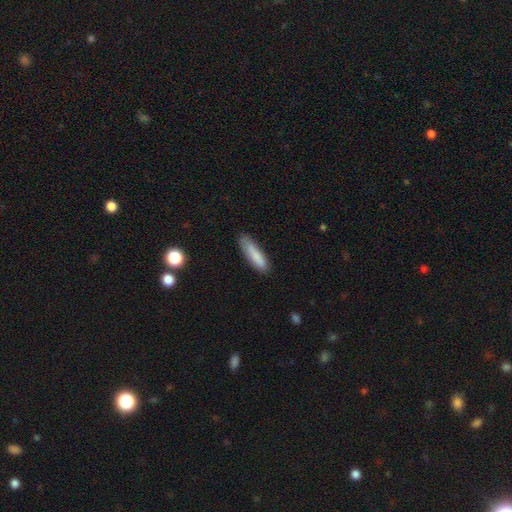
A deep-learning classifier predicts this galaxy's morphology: Overall: smooth (82%). How rounded: cigar-shaped (73%). Merging: none (75%).